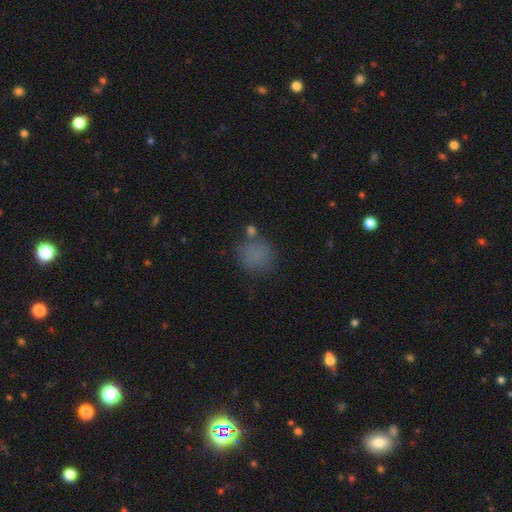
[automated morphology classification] A smooth galaxy with no disk features (73%) that is round (83%). Merging: none (62%).